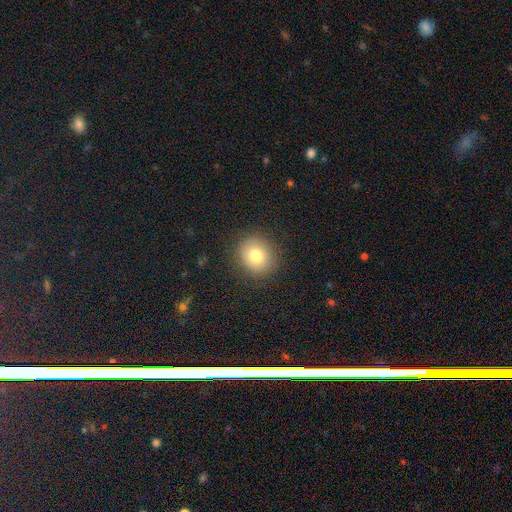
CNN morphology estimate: Smooth or featured?
  - smooth: 76% *
  - featured or disk: 13%
  - star or artifact: 11%
How rounded?
  - round: 84% *
  - in between: 15%
  - cigar-shaped: 1%
Merging?
  - none: 87% *
  - minor disturbance: 9%
  - major disturbance: 3%
  - merger: 1%